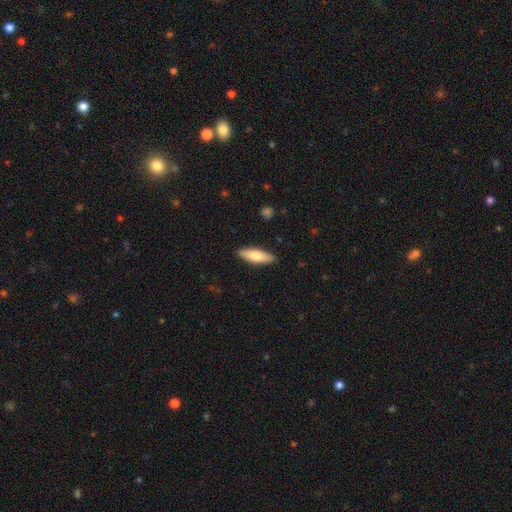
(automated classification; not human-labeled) Smooth or featured? Predicted: smooth (p=0.73). How rounded? Predicted: in between (p=0.52). Merging? Predicted: none (p=0.89).